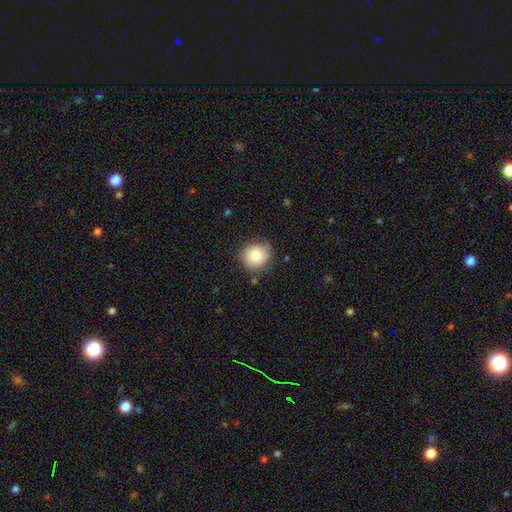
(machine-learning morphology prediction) Smooth or featured? Predicted: smooth (p=0.82). How rounded? Predicted: round (p=0.83). Merging? Predicted: none (p=0.78).